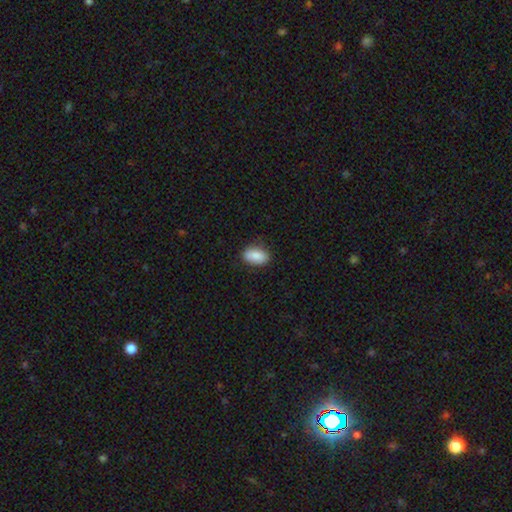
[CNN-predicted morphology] smooth-or-featured: smooth: 86% | featured or disk: 7% | star or artifact: 7%
  how-rounded: in between: 90% | round: 8% | cigar-shaped: 2%
  merging: none: 83% | minor disturbance: 13% | major disturbance: 3% | merger: 1%